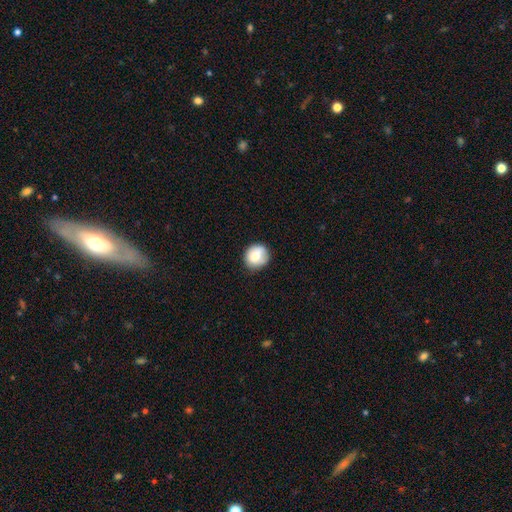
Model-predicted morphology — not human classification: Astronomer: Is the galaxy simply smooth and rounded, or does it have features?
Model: smooth — 79%.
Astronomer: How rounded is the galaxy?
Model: round — 78%.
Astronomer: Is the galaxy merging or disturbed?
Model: none — 75%.